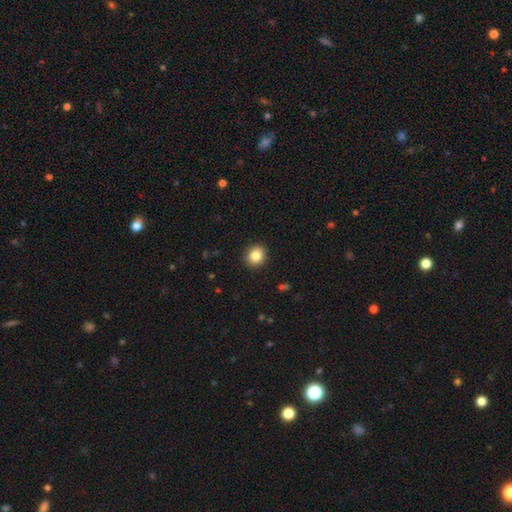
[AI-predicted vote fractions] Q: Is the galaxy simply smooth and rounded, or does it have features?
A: smooth — 85%.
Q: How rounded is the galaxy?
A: round — 81%.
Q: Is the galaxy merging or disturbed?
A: none — 91%.